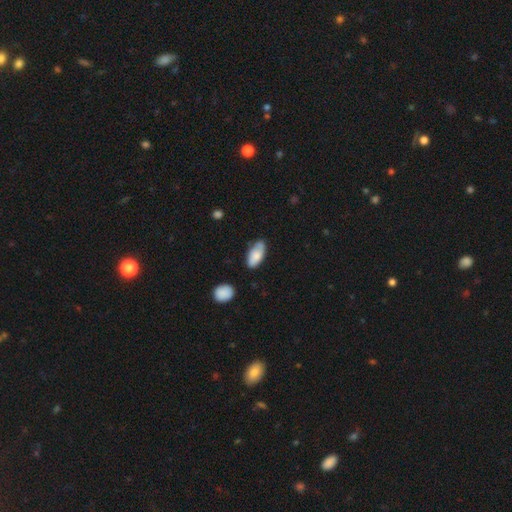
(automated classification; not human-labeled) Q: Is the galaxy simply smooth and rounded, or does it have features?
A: smooth — 74%.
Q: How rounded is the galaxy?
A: in between — 91%.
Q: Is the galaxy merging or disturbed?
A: none — 62%.